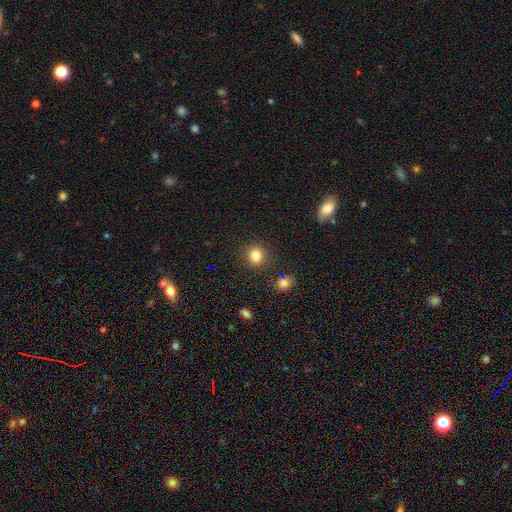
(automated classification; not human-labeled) Smooth or featured: smooth — 82% (star or artifact — 12%)
How rounded: round — 77% (in between — 22%)
Merging: none — 86% (minor disturbance — 8%)